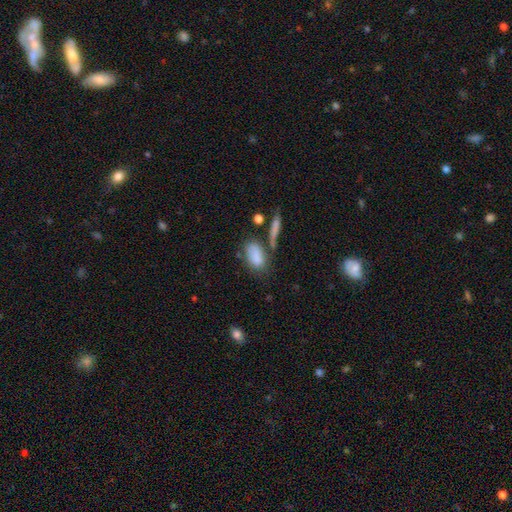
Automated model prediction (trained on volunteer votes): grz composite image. It shows a smooth galaxy with no disk features (83%) that is in between round and cigar-shaped (88%). Merging: none (52%).